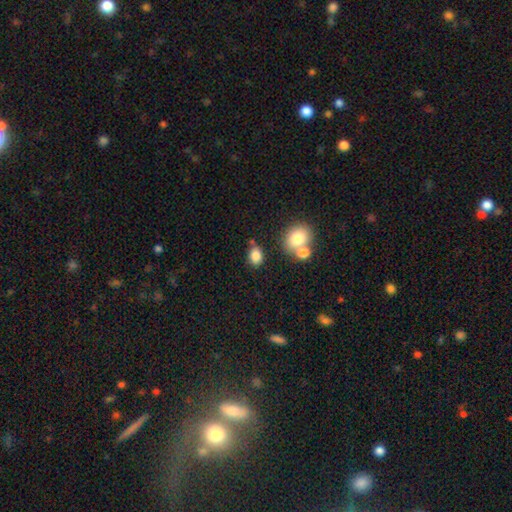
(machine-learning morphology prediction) Q: Smooth or featured?
A: smooth (83%); runner-up: star or artifact (10%)
Q: How rounded?
A: in between (69%); runner-up: round (30%)
Q: Merging?
A: none (68%); runner-up: minor disturbance (14%)